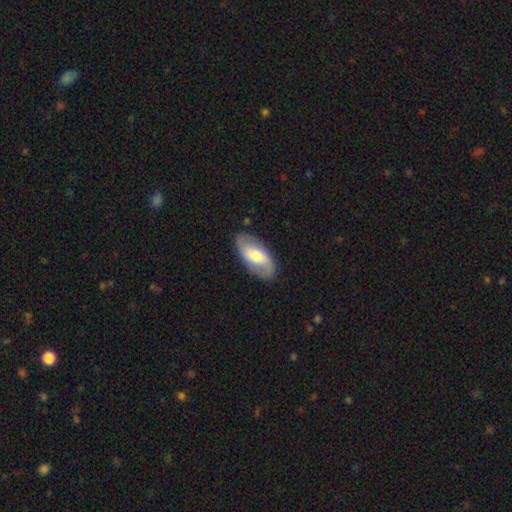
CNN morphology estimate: This is possibly a featured or disk galaxy (56%). It is clearly not viewed edge-on (92%). Bar: marginally no (42%). Spiral arm pattern: clearly yes (81%). Central bulge: possibly moderate (59%). Merging: clearly none (83%).